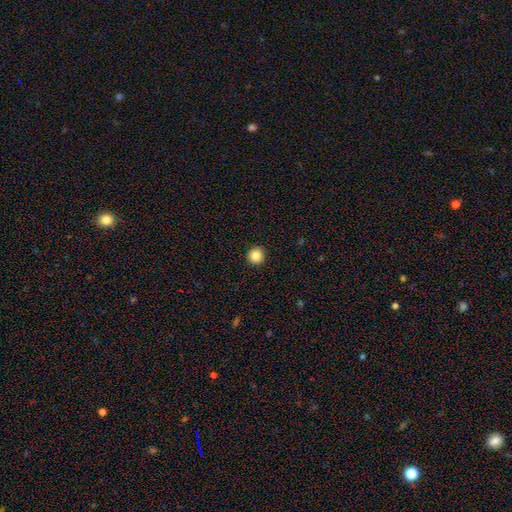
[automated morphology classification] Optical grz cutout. It shows a smooth galaxy with no disk features (85%) that is round (95%). Merging: none (93%).